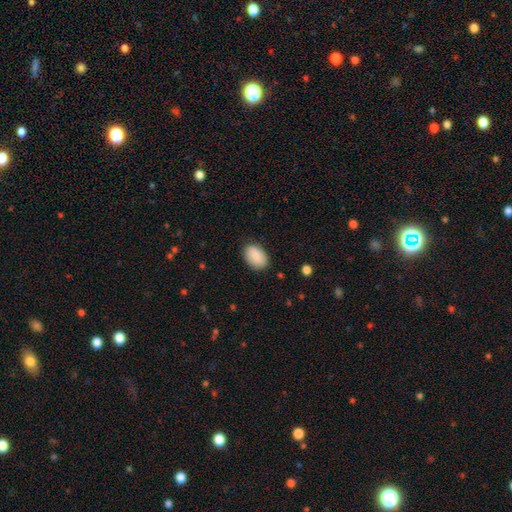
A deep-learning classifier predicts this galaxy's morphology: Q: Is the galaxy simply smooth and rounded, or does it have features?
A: smooth — 87%.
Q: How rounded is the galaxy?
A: in between — 87%.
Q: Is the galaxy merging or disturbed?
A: none — 84%.